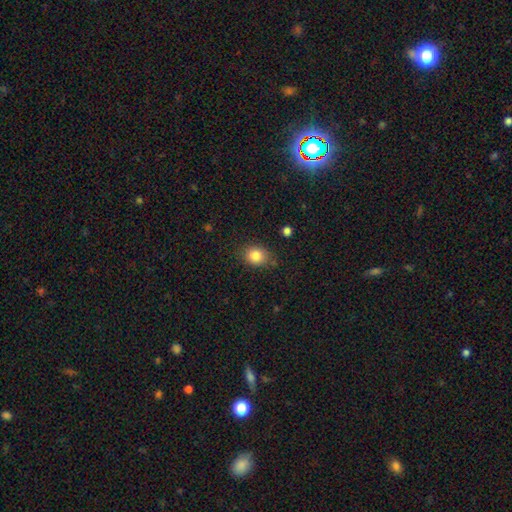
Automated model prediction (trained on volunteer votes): Smooth or featured? smooth (85%)
How rounded? round (57%)
Merging? none (81%)